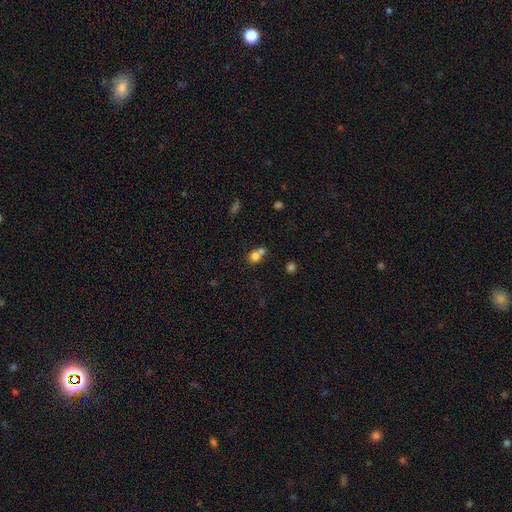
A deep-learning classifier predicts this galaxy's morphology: This is likely a smooth galaxy (76%). How rounded: likely round (73%). Merging: possibly merger (52%).